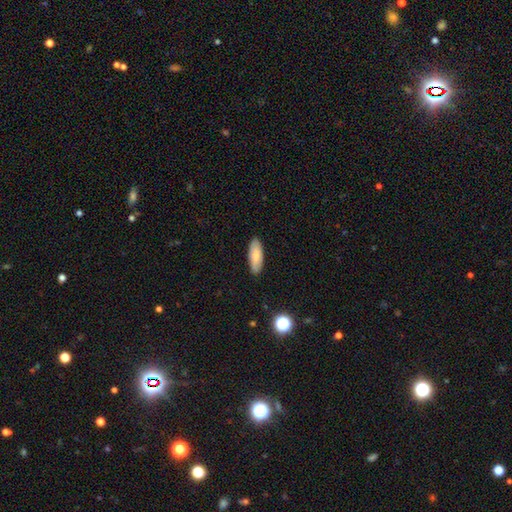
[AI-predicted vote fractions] Smooth or featured? Predicted: smooth (p=0.79). How rounded? Predicted: in between (p=0.71). Merging? Predicted: none (p=0.88).